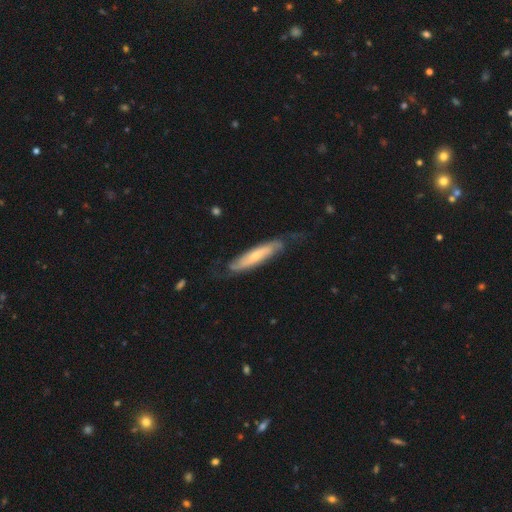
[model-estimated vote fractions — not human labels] smooth_or_featured: featured or disk (p=0.59) [alt: smooth p=0.36]
disk_edge_on: no (p=0.57) [alt: yes p=0.43]
merging: none (p=0.63) [alt: minor disturbance p=0.24]